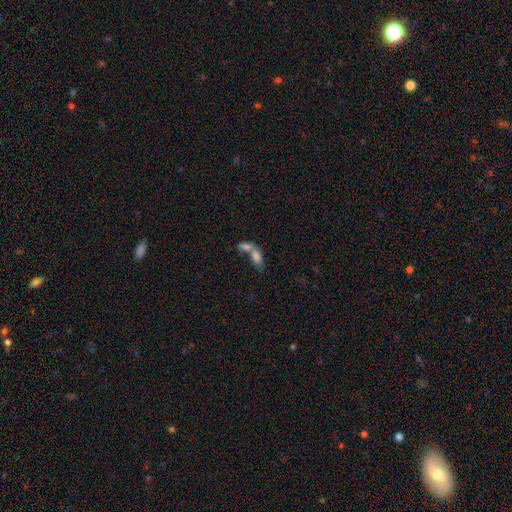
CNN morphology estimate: Smooth or featured?
  - smooth: 75% *
  - featured or disk: 15%
  - star or artifact: 10%
How rounded?
  - in between: 85% *
  - cigar-shaped: 8%
  - round: 7%
Merging?
  - merger: 72% *
  - none: 17%
  - minor disturbance: 6%
  - major disturbance: 5%